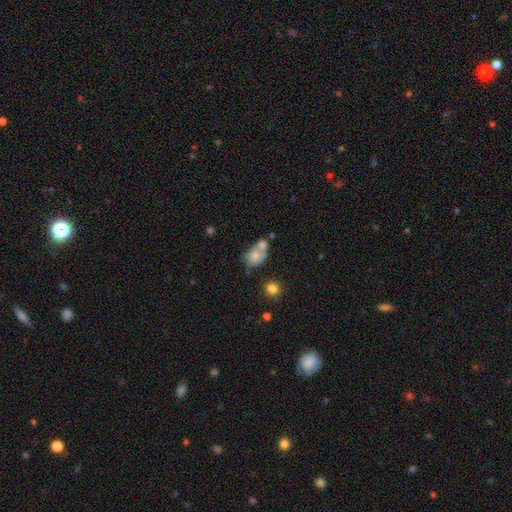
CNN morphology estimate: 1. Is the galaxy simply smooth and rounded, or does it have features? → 70% smooth, 20% featured or disk, 10% star or artifact.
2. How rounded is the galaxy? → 61% in between, 38% round, 1% cigar-shaped.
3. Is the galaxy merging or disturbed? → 52% merger, 28% none, 13% minor disturbance, 8% major disturbance.